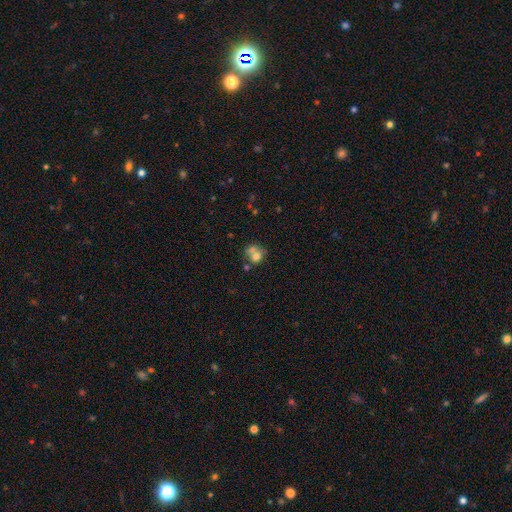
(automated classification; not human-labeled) Smooth or featured?
  - smooth: 66% *
  - featured or disk: 22%
  - star or artifact: 12%
How rounded?
  - round: 66% *
  - in between: 33%
  - cigar-shaped: 1%
Merging?
  - merger: 49% *
  - none: 32%
  - minor disturbance: 11%
  - major disturbance: 8%